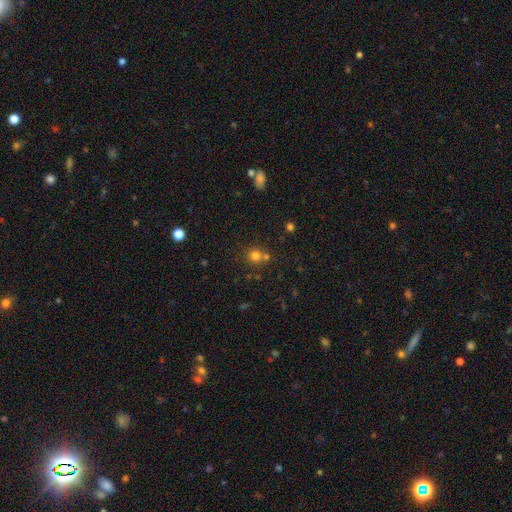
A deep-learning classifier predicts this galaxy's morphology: type=smooth (76%); roundness=round (90%); merging=none (63%).